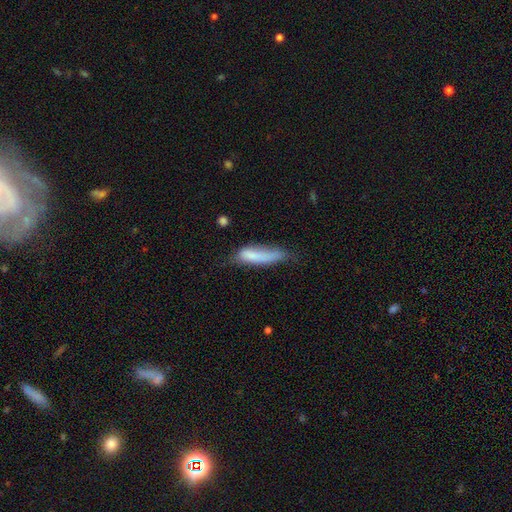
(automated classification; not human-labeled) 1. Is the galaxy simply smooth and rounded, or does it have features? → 76% smooth, 17% featured or disk, 7% star or artifact.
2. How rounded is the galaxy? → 68% cigar-shaped, 30% in between, 2% round.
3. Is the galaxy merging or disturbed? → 40% none, 37% minor disturbance, 18% major disturbance, 4% merger.